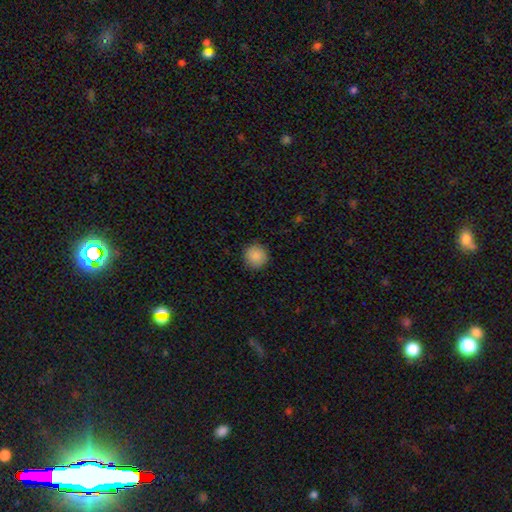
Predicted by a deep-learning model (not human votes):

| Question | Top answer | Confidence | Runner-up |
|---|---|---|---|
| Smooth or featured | smooth | 88% | star or artifact (8%) |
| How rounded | round | 94% | in between (5%) |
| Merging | none | 90% | minor disturbance (7%) |